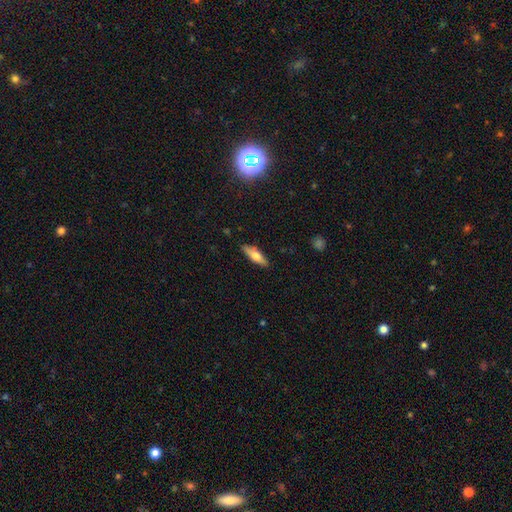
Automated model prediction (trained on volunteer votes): This is likely a smooth galaxy (64%). How rounded: possibly cigar-shaped (49%, tied with in between). Merging: clearly none (87%).